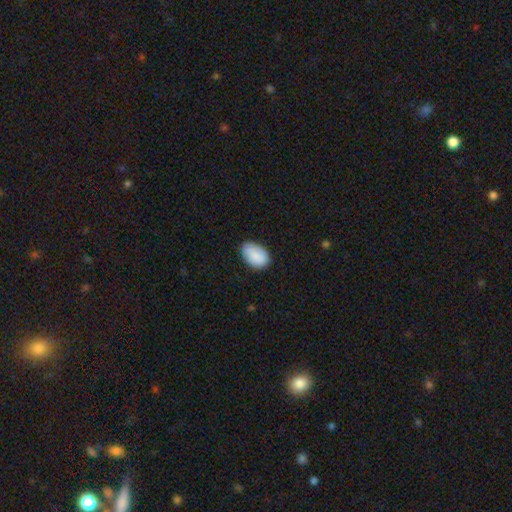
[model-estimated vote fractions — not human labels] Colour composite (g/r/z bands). It shows a smooth galaxy with no disk features (89%) that is in between round and cigar-shaped (92%). Merging: none (77%).